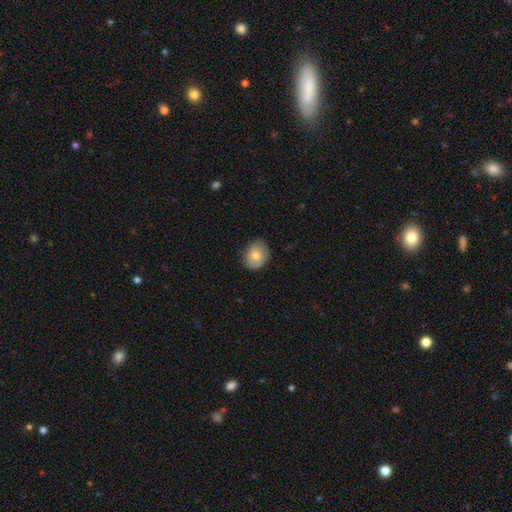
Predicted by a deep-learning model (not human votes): smooth_or_featured: smooth (p=0.74) [alt: featured or disk p=0.19]
how_rounded: round (p=0.61) [alt: in between p=0.38]
merging: none (p=0.77) [alt: minor disturbance p=0.18]